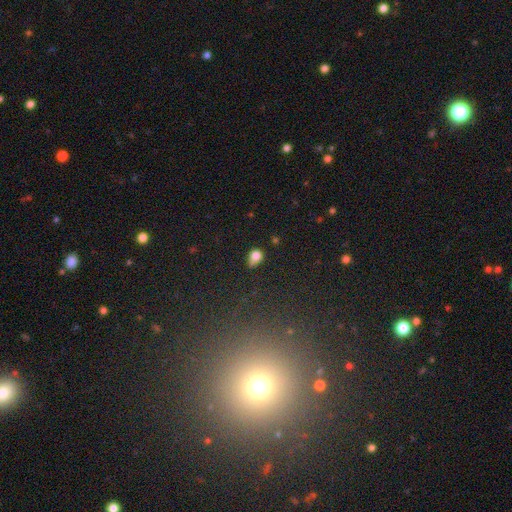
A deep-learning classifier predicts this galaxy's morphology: Smooth or featured: smooth — 81% (star or artifact — 12%)
How rounded: in between — 60% (round — 38%)
Merging: none — 53% (minor disturbance — 32%)